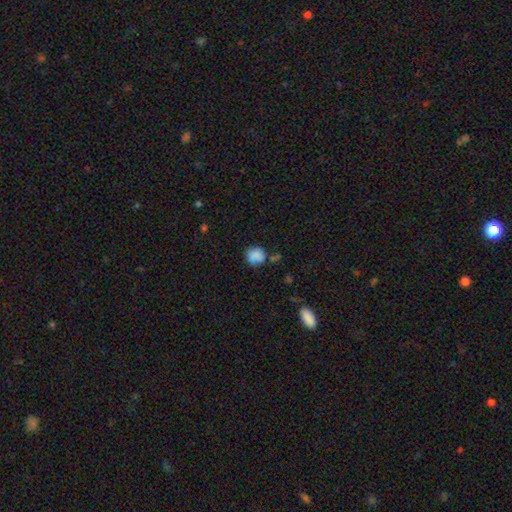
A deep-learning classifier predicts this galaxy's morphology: Smooth or featured? Predicted: smooth (p=0.82). How rounded? Predicted: round (p=0.78). Merging? Predicted: none (p=0.57).